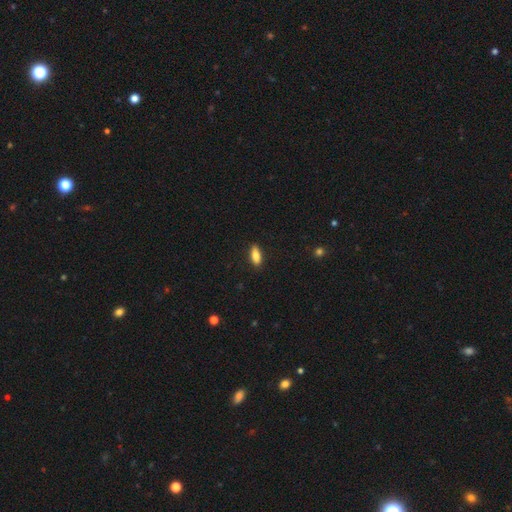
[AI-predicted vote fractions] Overall: smooth (78%). How rounded: in between (72%). Merging: none (88%).